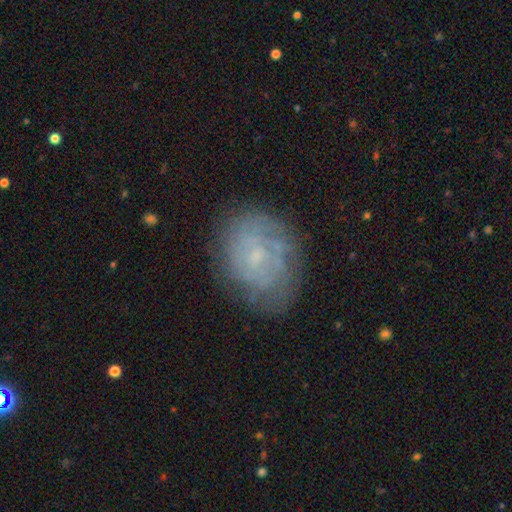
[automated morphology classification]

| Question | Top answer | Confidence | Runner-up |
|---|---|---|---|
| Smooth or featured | featured or disk | 60% | smooth (30%) |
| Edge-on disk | no | 97% | yes (3%) |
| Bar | no | 70% | weak (26%) |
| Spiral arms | yes | 69% | no (31%) |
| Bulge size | small | 61% | none (18%) |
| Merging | none | 70% | minor disturbance (20%) |